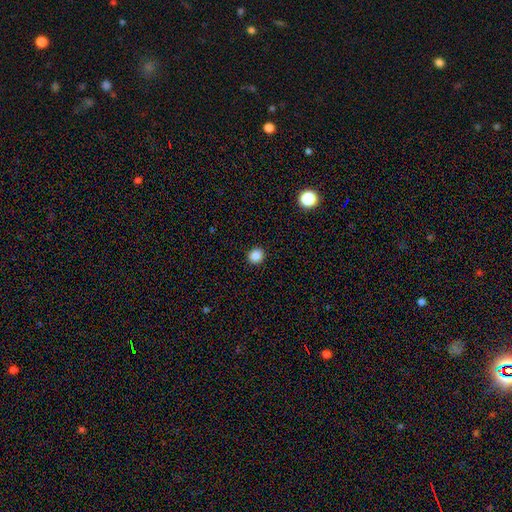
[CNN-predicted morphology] A smooth galaxy with no disk features (87%) that is round (86%). Merging: none (92%).